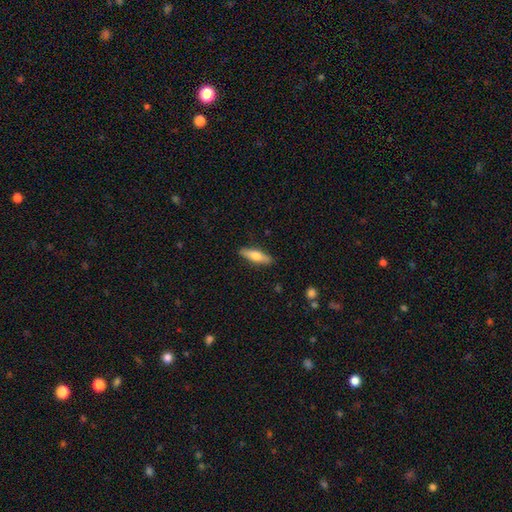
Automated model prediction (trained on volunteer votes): Smooth or featured?
  - smooth: 57% *
  - featured or disk: 38%
  - star or artifact: 6%
How rounded?
  - cigar-shaped: 63% *
  - in between: 35%
  - round: 2%
Merging?
  - none: 89% *
  - minor disturbance: 8%
  - major disturbance: 2%
  - merger: 1%